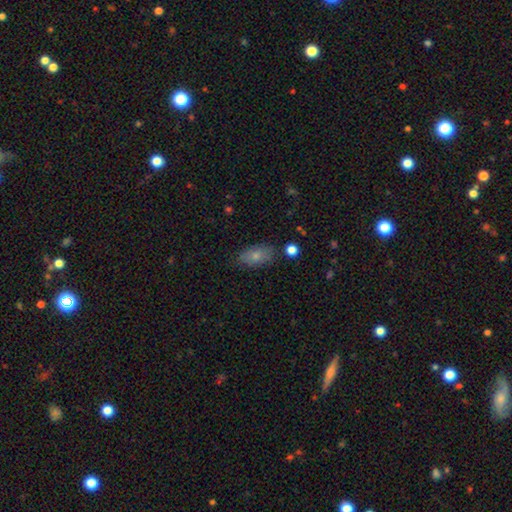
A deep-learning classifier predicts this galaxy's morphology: Overall: smooth (77%). How rounded: in between (89%). Merging: none (79%).